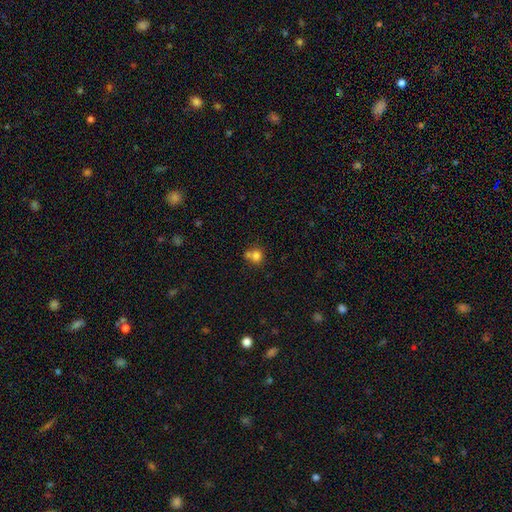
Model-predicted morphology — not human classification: smooth-or-featured: smooth: 78% | star or artifact: 12% | featured or disk: 10%
  how-rounded: round: 85% | in between: 14% | cigar-shaped: 1%
  merging: none: 47% | merger: 40% | minor disturbance: 9% | major disturbance: 4%